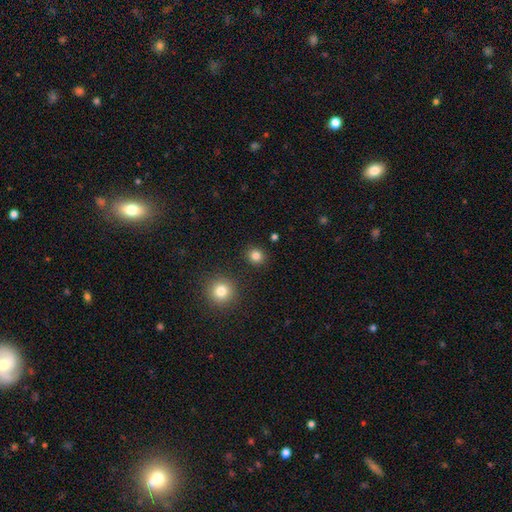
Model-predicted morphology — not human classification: Overall: smooth (82%). How rounded: round (85%). Merging: none (89%).